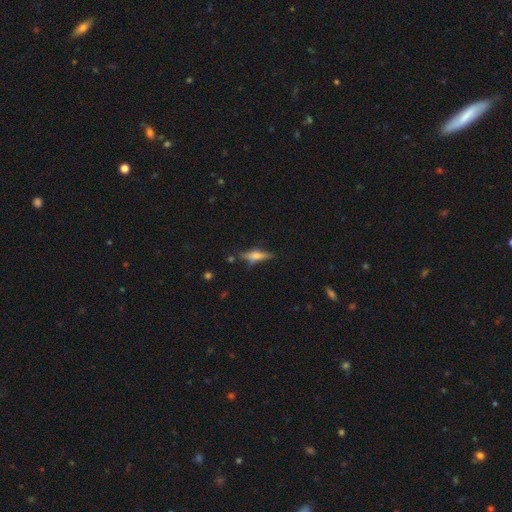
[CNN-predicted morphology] type=featured or disk (48%); merging=none (72%).